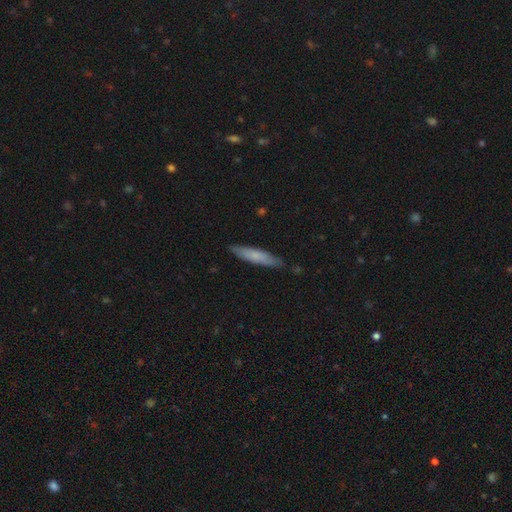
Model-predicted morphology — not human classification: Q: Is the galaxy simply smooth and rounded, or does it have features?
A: smooth — 68%.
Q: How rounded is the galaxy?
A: cigar-shaped — 87%.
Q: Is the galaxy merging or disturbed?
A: none — 85%.